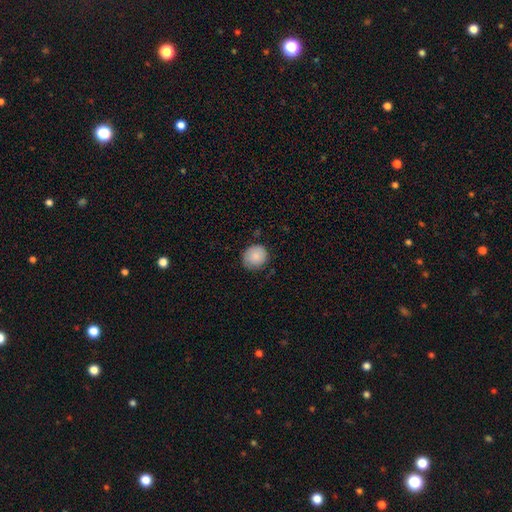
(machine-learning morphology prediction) smooth-or-featured: smooth: 85% | featured or disk: 8% | star or artifact: 7%
  how-rounded: round: 86% | in between: 13% | cigar-shaped: 1%
  merging: none: 76% | minor disturbance: 19% | major disturbance: 4% | merger: 1%